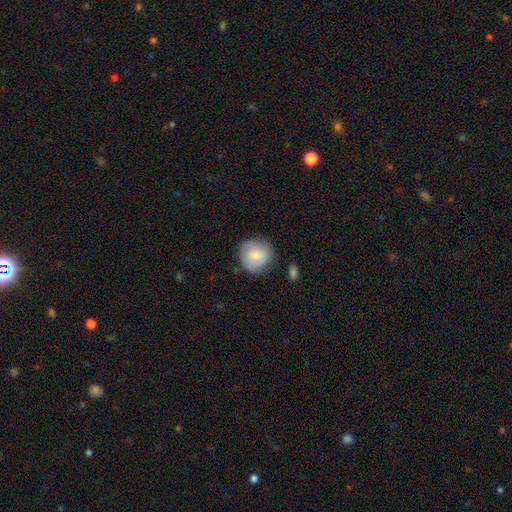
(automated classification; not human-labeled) A smooth galaxy with no disk features (80%) that is round (89%).

Vote fractions:
- Smooth or featured? smooth: 80% / featured or disk: 13% / star or artifact: 7%
- How rounded? round: 89% / in between: 10% / cigar-shaped: 1%
- Merging? none: 75% / minor disturbance: 18% / major disturbance: 4% / merger: 3%